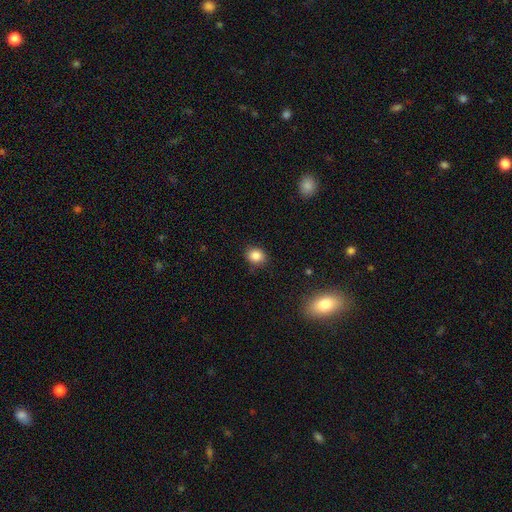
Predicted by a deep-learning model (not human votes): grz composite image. It shows a smooth galaxy with no disk features (85%) that is round (70%). Merging: none (86%).